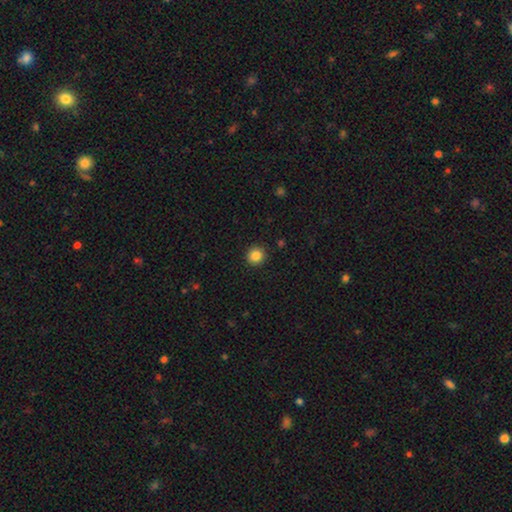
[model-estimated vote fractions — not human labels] Smooth or featured? Predicted: smooth (p=0.85). How rounded? Predicted: round (p=0.93). Merging? Predicted: none (p=0.92).